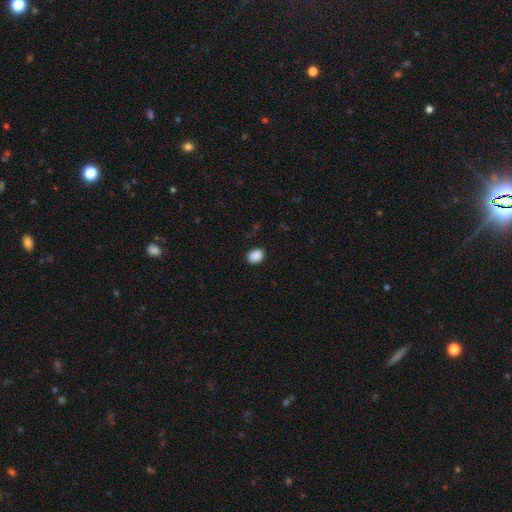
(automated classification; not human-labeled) A smooth galaxy with no disk features (89%) that is in between round and cigar-shaped (61%).

Vote fractions:
- Smooth or featured? smooth: 89% / star or artifact: 8% / featured or disk: 3%
- How rounded? in between: 61% / round: 38% / cigar-shaped: 1%
- Merging? none: 87% / minor disturbance: 10% / major disturbance: 2% / merger: 1%